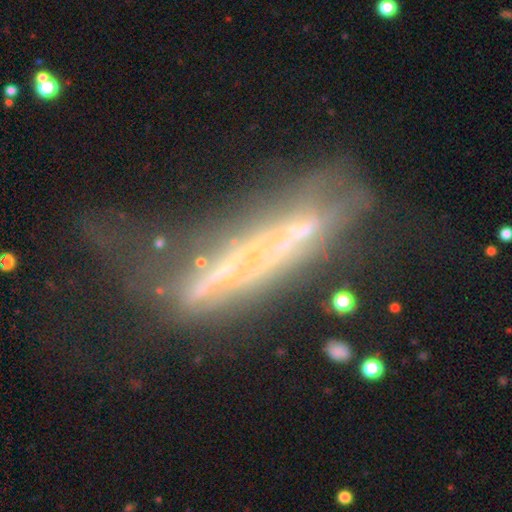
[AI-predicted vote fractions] Q: Smooth or featured?
A: featured or disk (63%); runner-up: smooth (23%)
Q: Edge-on disk?
A: yes (61%); runner-up: no (39%)
Q: Merging?
A: major disturbance (35%); runner-up: none (29%)